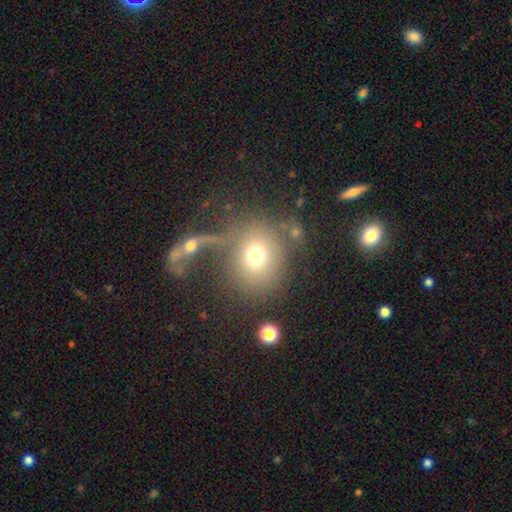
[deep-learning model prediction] A smooth galaxy with no disk features (70%) that is round (78%). Merging: none (52%).